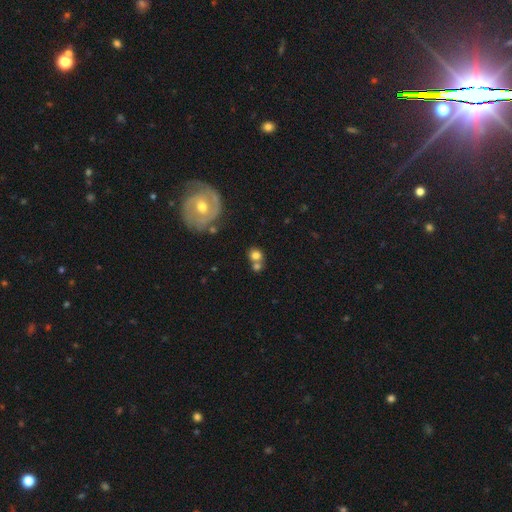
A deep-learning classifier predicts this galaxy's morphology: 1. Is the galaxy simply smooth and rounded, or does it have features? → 75% smooth, 14% featured or disk, 11% star or artifact.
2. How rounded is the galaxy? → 78% round, 21% in between, 1% cigar-shaped.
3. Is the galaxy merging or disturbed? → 44% none, 43% merger, 9% minor disturbance, 4% major disturbance.